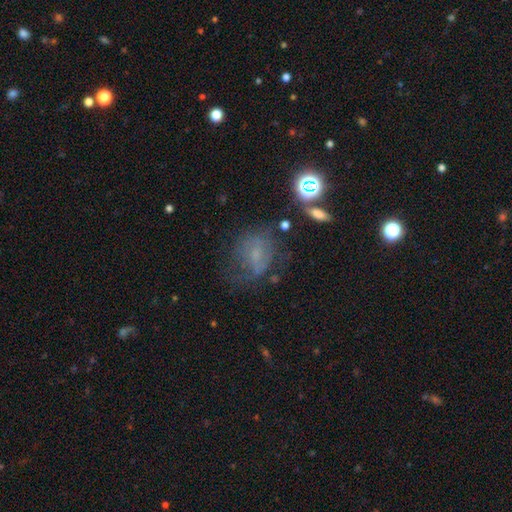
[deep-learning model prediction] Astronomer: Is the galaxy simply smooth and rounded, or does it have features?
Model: smooth — 41% (runner-up: featured or disk, 35%).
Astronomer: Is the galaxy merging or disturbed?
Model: none — 49% (runner-up: minor disturbance, 24%).